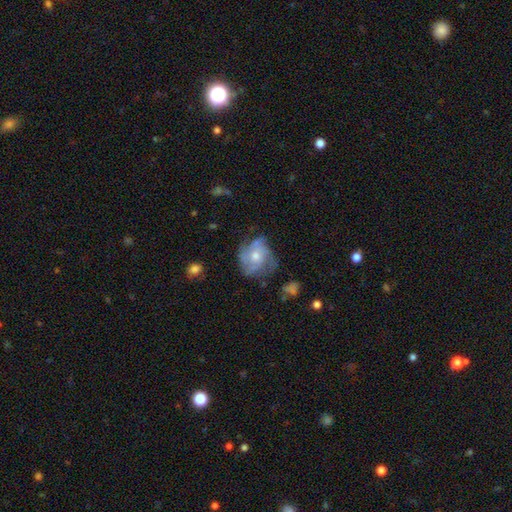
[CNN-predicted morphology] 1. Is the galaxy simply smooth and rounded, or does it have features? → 64% featured or disk, 29% smooth, 8% star or artifact.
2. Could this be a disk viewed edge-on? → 98% no, 2% yes.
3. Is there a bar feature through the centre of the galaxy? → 82% no, 16% weak, 2% strong.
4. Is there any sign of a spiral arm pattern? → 74% yes, 26% no.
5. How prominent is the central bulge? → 56% moderate, 36% small, 4% large, 2% none, 1% dominant.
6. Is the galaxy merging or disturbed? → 55% none, 26% minor disturbance, 17% major disturbance, 3% merger.